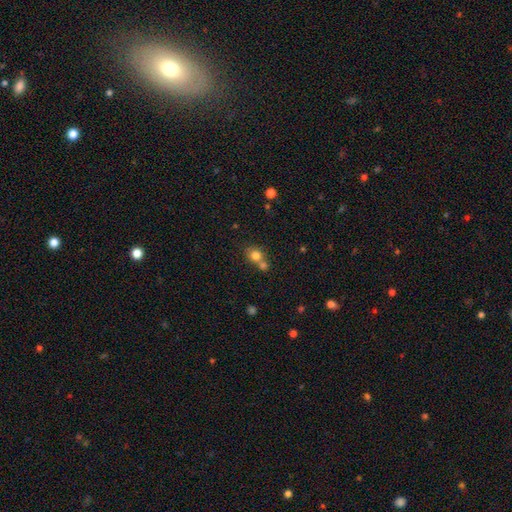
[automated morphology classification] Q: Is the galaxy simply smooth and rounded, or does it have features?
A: smooth — 77%.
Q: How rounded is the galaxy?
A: round — 76%.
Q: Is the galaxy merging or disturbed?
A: merger — 48%.